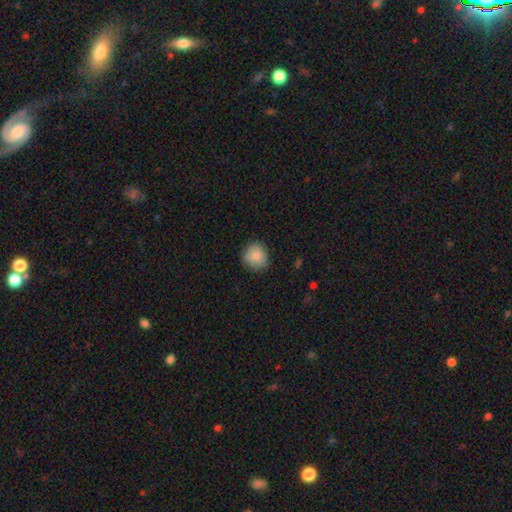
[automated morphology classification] A smooth galaxy with no disk features (86%) that is round (87%). Merging: none (82%).